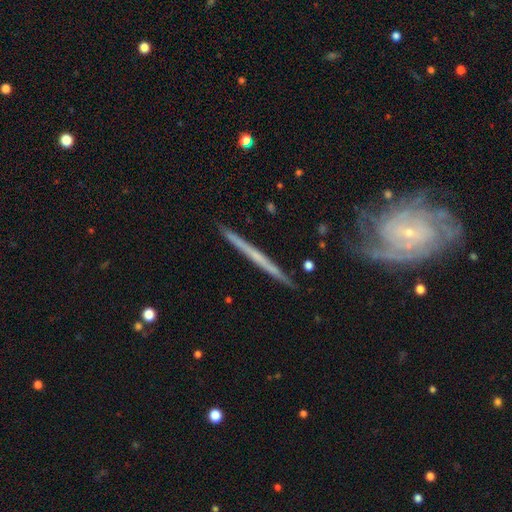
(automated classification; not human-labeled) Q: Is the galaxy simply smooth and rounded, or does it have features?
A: featured or disk — 72%.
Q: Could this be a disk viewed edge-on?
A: yes — 91%.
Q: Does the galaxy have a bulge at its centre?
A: none — 80%.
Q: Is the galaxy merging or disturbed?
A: none — 84%.